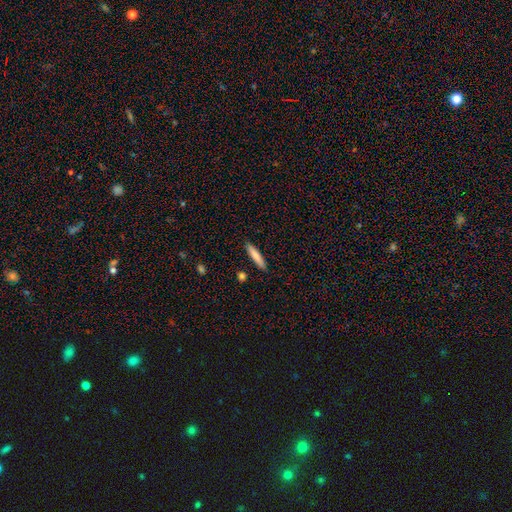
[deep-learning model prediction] A smooth galaxy with no disk features (79%) that is cigar-shaped (89%). Merging: none (89%).